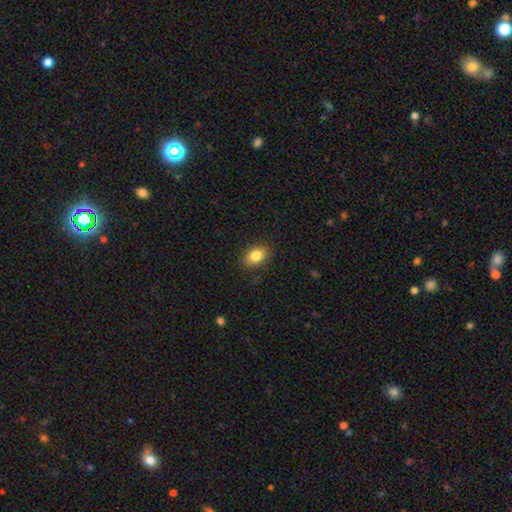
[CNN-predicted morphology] Smooth or featured? Predicted: smooth (p=0.84). How rounded? Predicted: in between (p=0.81). Merging? Predicted: none (p=0.88).